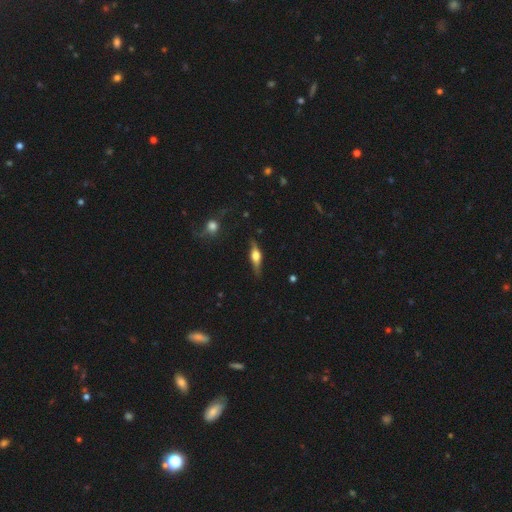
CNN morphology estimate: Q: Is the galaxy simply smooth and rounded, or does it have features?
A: featured or disk — 66%.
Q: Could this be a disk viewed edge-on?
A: yes — 95%.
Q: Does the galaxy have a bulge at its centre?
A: rounded — 90%.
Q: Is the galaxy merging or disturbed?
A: none — 82%.